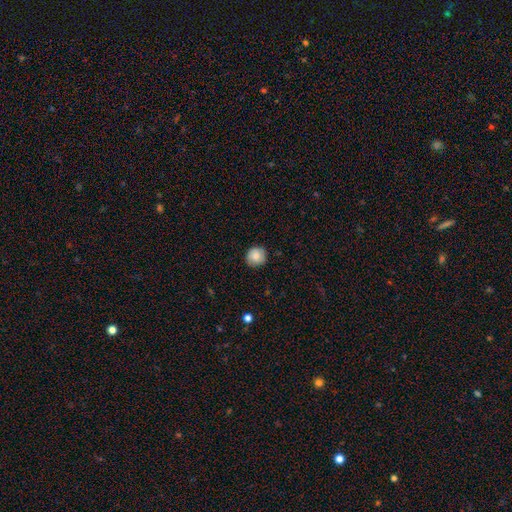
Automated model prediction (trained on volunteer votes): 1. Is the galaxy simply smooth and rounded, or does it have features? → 84% smooth, 8% star or artifact, 8% featured or disk.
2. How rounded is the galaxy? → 92% round, 7% in between, 1% cigar-shaped.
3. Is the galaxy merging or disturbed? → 86% none, 11% minor disturbance, 2% major disturbance, 1% merger.